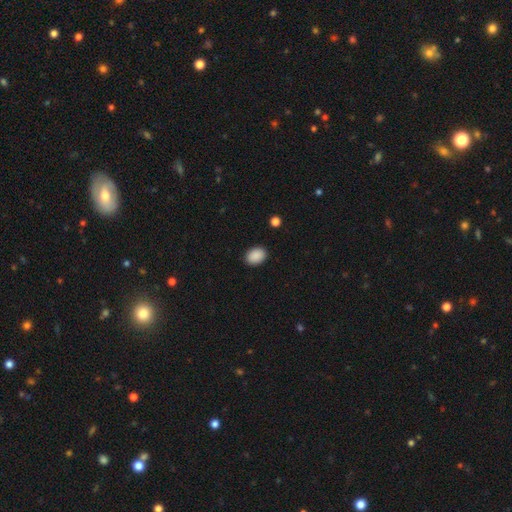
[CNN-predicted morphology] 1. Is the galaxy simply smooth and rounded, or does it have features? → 90% smooth, 8% star or artifact, 2% featured or disk.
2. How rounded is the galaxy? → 74% in between, 25% round, 1% cigar-shaped.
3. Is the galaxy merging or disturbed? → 89% none, 7% minor disturbance, 2% major disturbance, 1% merger.